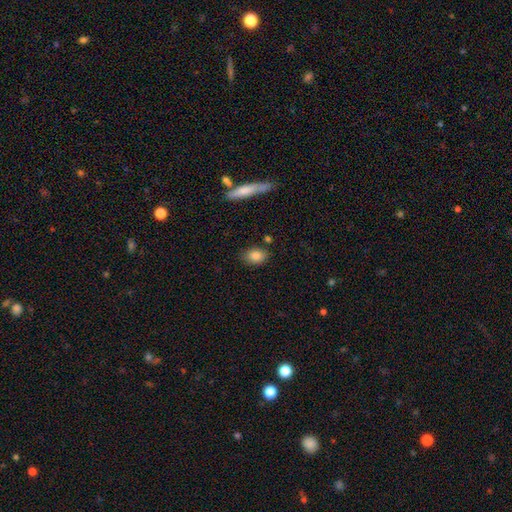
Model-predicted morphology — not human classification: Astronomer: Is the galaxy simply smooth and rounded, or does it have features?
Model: smooth — 83%.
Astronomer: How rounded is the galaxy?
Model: in between — 72%.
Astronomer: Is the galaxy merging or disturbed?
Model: none — 82%.